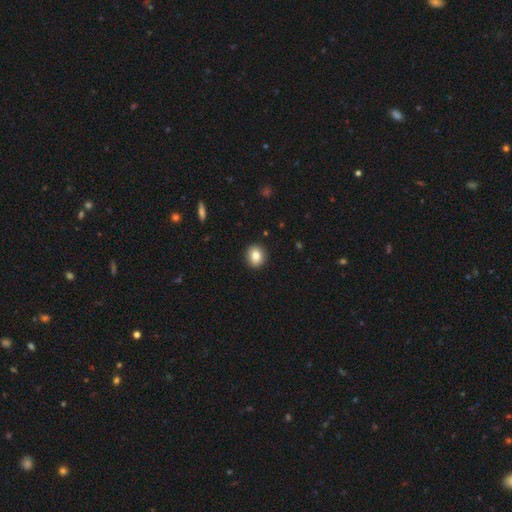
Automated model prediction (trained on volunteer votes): A smooth galaxy with no disk features (81%) that is round (78%). Merging: none (92%).